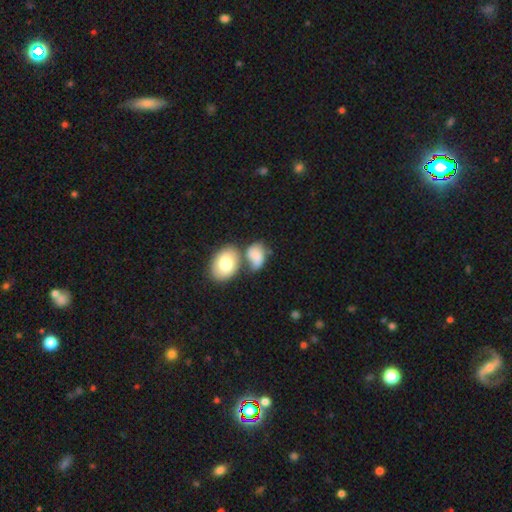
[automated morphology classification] Smooth or featured? Predicted: smooth (p=0.76). How rounded? Predicted: in between (p=0.78). Merging? Predicted: merger (p=0.41).